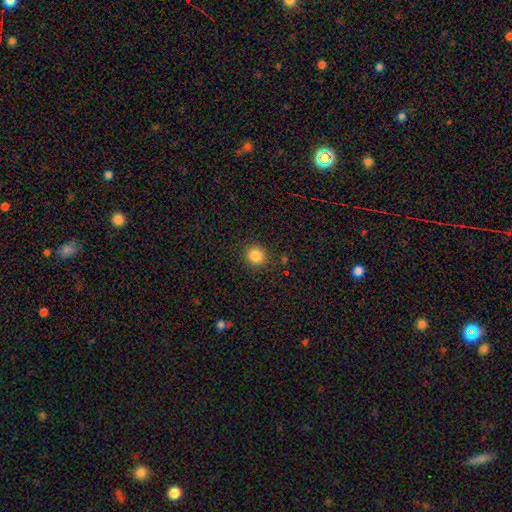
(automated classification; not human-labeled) The model was most divided on "smooth or featured": smooth: 85%, star or artifact: 11%, featured or disk: 4%. More confident: merging — none (89%); how rounded — round (87%).